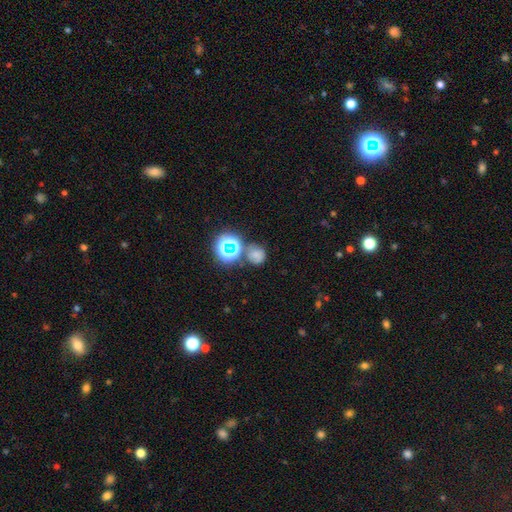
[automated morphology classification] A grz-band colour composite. It shows a smooth galaxy with no disk features (61%) that is round (85%). Merging: none (63%).